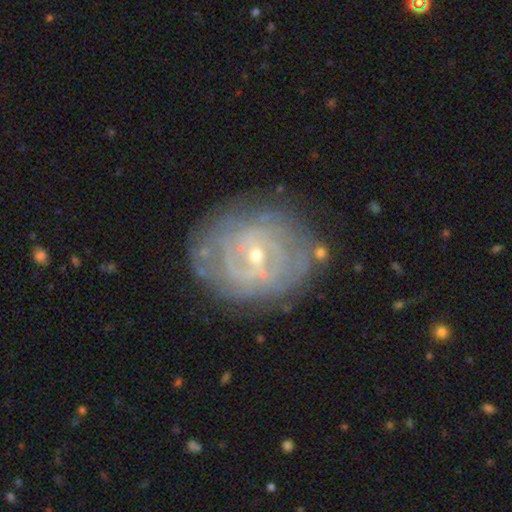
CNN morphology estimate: This appears to be a featured or disk galaxy (83%) with a weak bar (47%), tight (67%) spiral arms (84%) and a small central bulge (68%). Merging: none (74%).